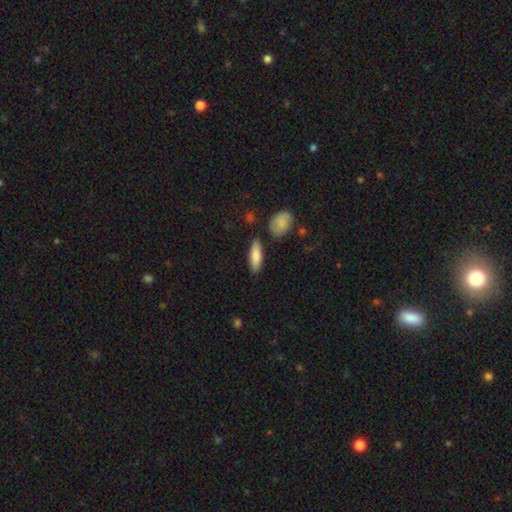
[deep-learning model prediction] This appears to be a smooth galaxy with no disk features (82%) that is in between round and cigar-shaped (54%). Merging: none (83%).